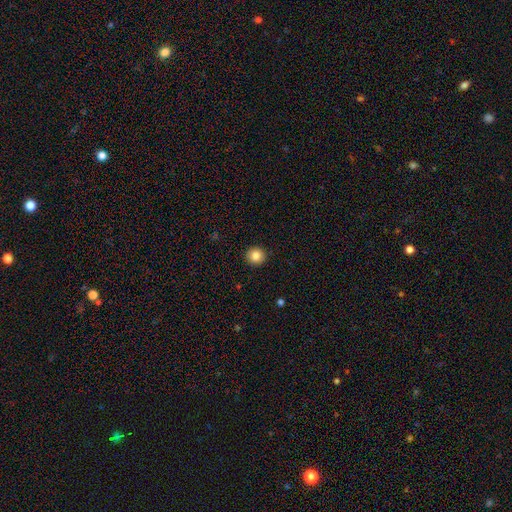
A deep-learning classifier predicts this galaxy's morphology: smooth-or-featured: smooth: 84% | star or artifact: 10% | featured or disk: 6%
  how-rounded: round: 94% | in between: 5% | cigar-shaped: 1%
  merging: none: 93% | minor disturbance: 4% | major disturbance: 2% | merger: 1%